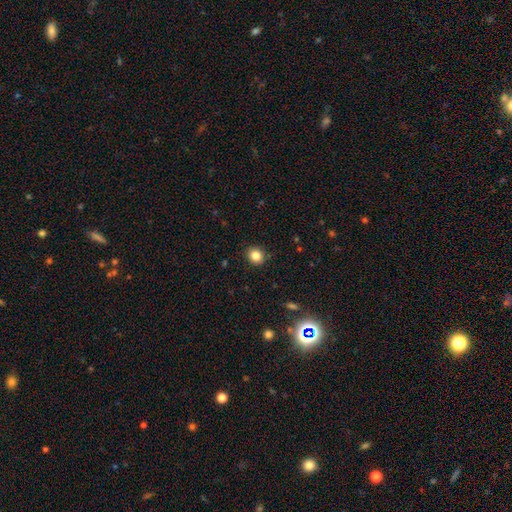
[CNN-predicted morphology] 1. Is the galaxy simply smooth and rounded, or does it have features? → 83% smooth, 12% star or artifact, 5% featured or disk.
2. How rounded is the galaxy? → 80% round, 19% in between, 1% cigar-shaped.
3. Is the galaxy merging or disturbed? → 90% none, 7% minor disturbance, 2% major disturbance, 1% merger.